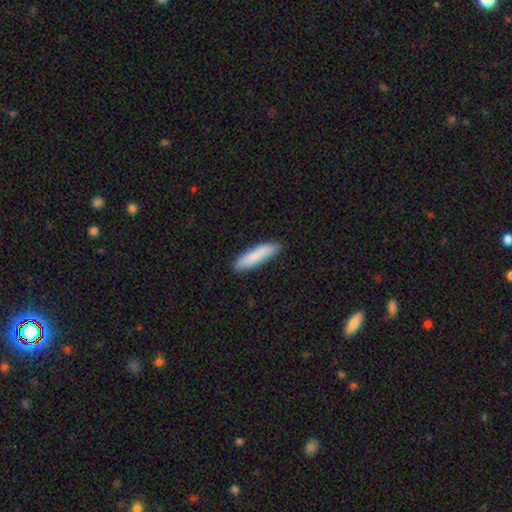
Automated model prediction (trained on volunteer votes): The model was most divided on "how rounded": cigar-shaped: 80%, in between: 19%, round: 1%. More confident: merging — none (88%); smooth or featured — smooth (84%).